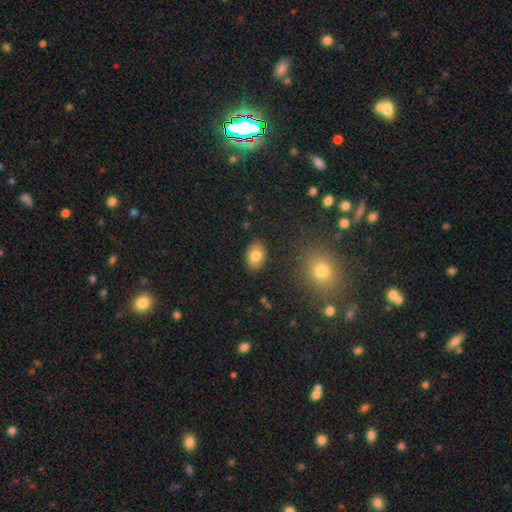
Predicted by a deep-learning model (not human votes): Morphology: type=smooth (80%); roundness=in between (78%); merging=none (88%).